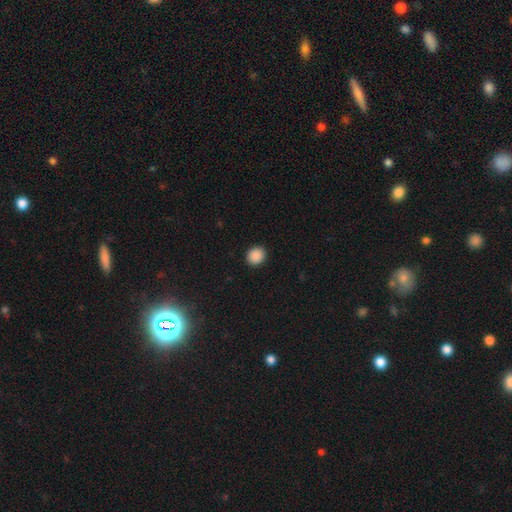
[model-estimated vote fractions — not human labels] smooth 89%, star or artifact 8%, featured or disk 3%. Down the decision tree: how rounded — round (80%); merging — none (92%).